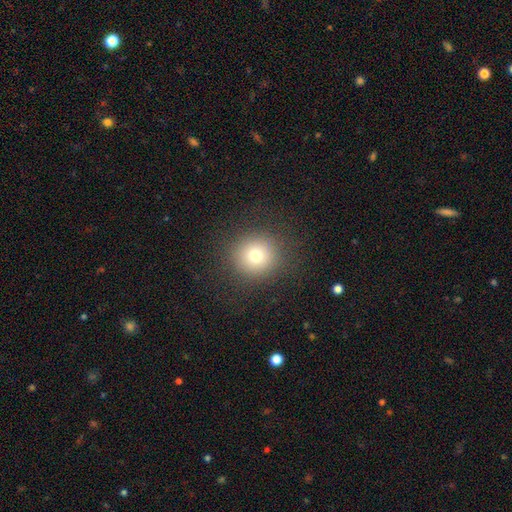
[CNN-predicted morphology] This is likely a smooth galaxy (75%). How rounded: clearly round (92%). Merging: clearly none (89%).